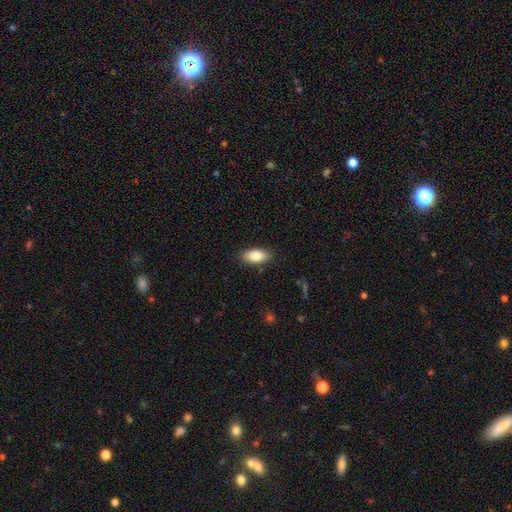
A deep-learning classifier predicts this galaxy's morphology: Smooth or featured: smooth — 86% (featured or disk — 7%)
How rounded: in between — 91% (cigar-shaped — 6%)
Merging: none — 85% (minor disturbance — 11%)